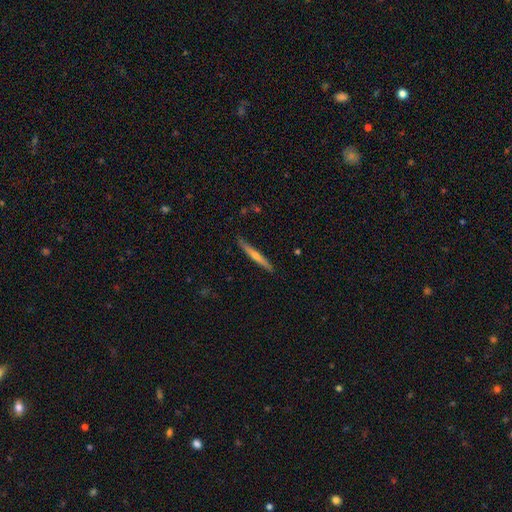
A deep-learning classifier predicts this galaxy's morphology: This is possibly a featured or disk galaxy (55%). It is clearly viewed edge-on (96%). Edge-on bulge: likely rounded (66%). Merging: clearly none (88%).